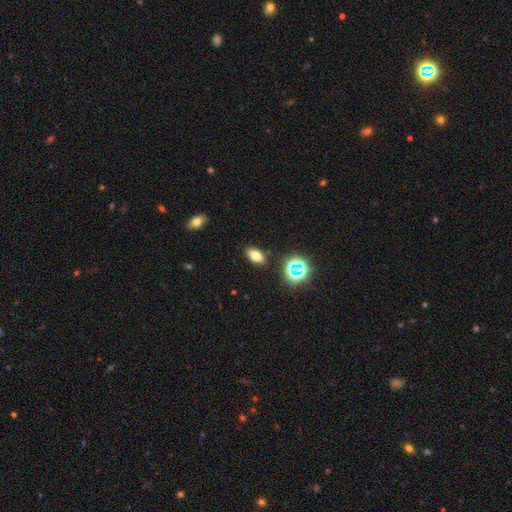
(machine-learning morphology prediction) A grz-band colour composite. It shows a smooth galaxy with no disk features (69%) that is in between round and cigar-shaped (85%). Merging: none (88%).